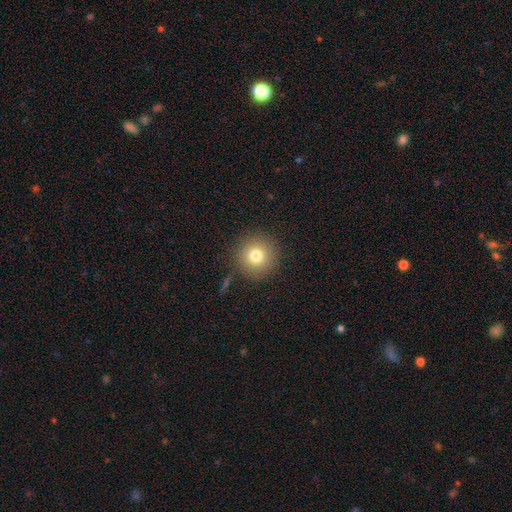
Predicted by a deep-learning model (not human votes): Smooth or featured: smooth — 77% (star or artifact — 12%)
How rounded: round — 95% (in between — 4%)
Merging: none — 88% (minor disturbance — 7%)